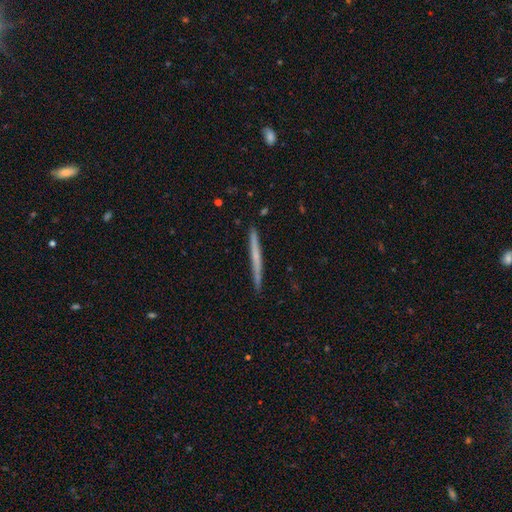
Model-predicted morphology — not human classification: smooth-or-featured: featured or disk: 49% | smooth: 45% | star or artifact: 6%
  merging: none: 91% | minor disturbance: 7% | major disturbance: 1% | merger: 1%